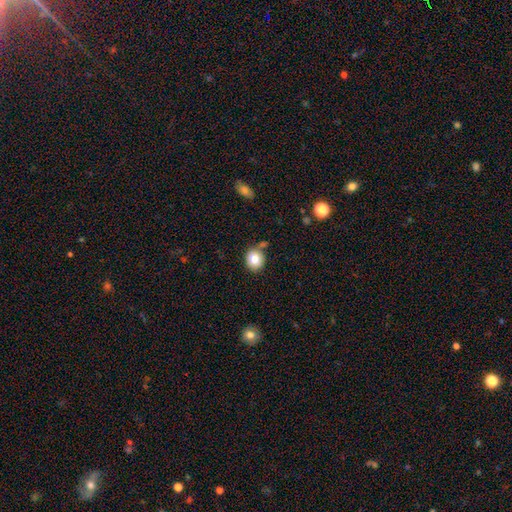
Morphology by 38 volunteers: A smooth galaxy with no disk features (79%) that is round (80%). Merging: none (77%).